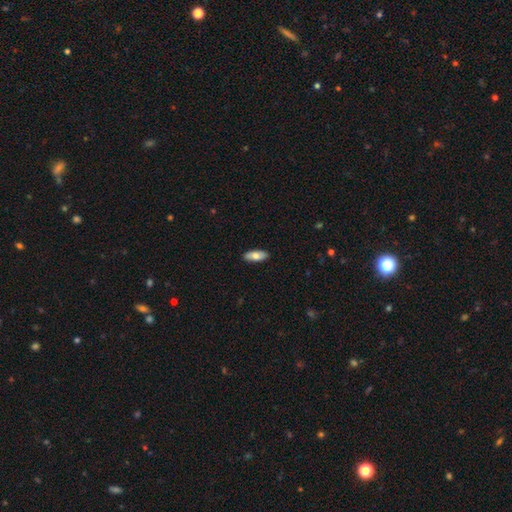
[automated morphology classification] This appears to be a smooth galaxy with no disk features (75%) that is in between round and cigar-shaped (80%). Merging: none (89%).